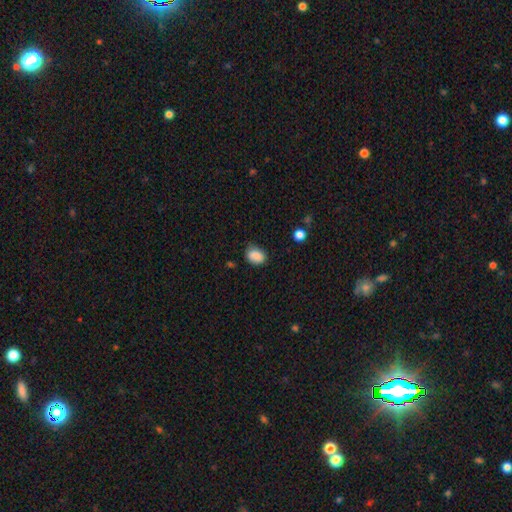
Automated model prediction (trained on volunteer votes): Smooth or featured? Predicted: smooth (p=0.87). How rounded? Predicted: in between (p=0.70). Merging? Predicted: none (p=0.71).